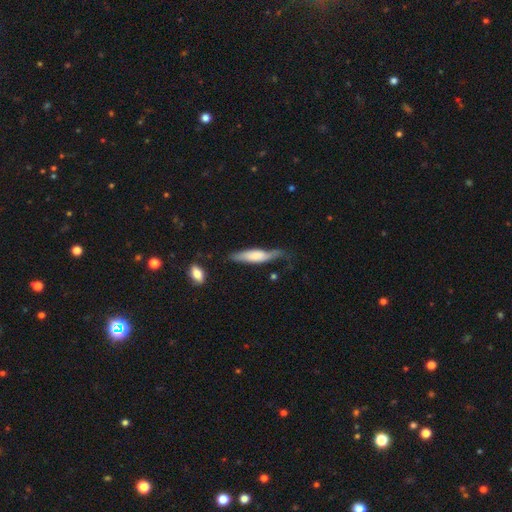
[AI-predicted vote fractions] Smooth or featured? smooth (60%)
How rounded? cigar-shaped (74%)
Merging? none (50%)